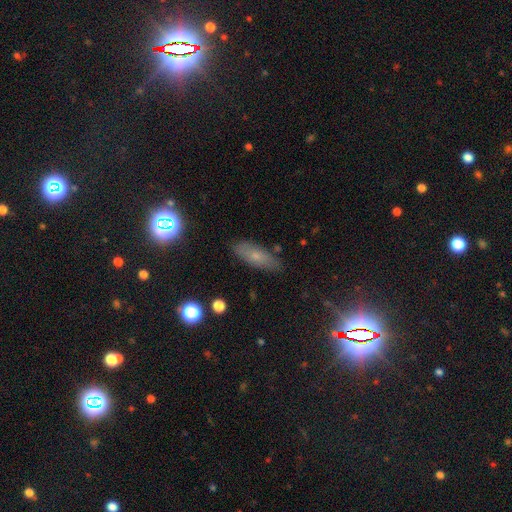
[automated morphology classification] Smooth or featured? smooth (65%)
How rounded? in between (64%)
Merging? none (81%)